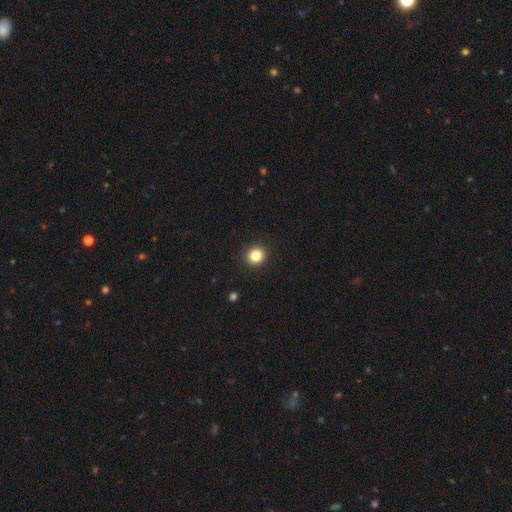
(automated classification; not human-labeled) A smooth galaxy with no disk features (83%) that is round (91%). Merging: none (93%).